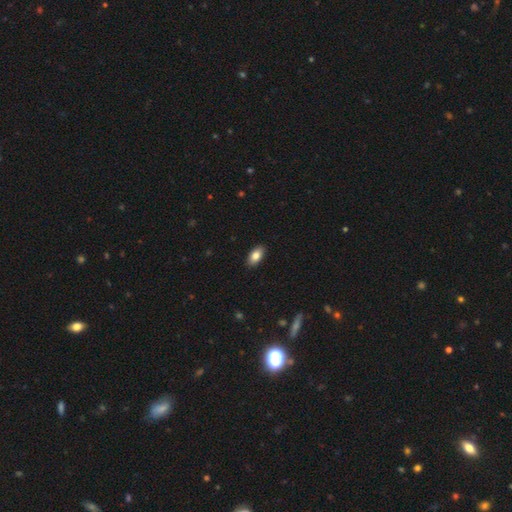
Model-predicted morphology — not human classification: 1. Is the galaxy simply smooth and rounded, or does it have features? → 84% smooth, 9% featured or disk, 7% star or artifact.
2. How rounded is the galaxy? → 92% in between, 4% round, 4% cigar-shaped.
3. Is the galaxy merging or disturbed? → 89% none, 8% minor disturbance, 2% major disturbance, 1% merger.